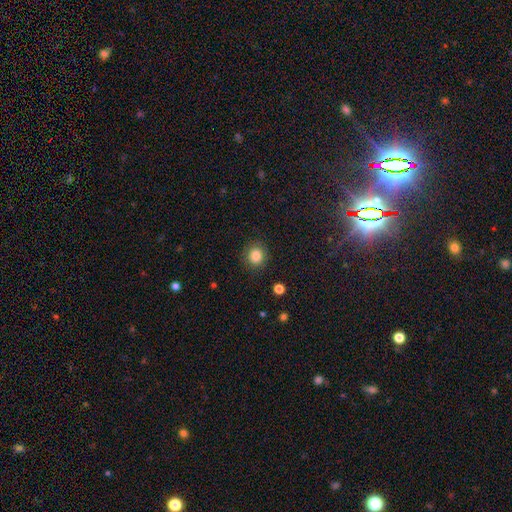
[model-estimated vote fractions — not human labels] The model was most divided on "how rounded": round: 86%, in between: 13%, cigar-shaped: 1%. More confident: merging — none (88%); smooth or featured — smooth (85%).